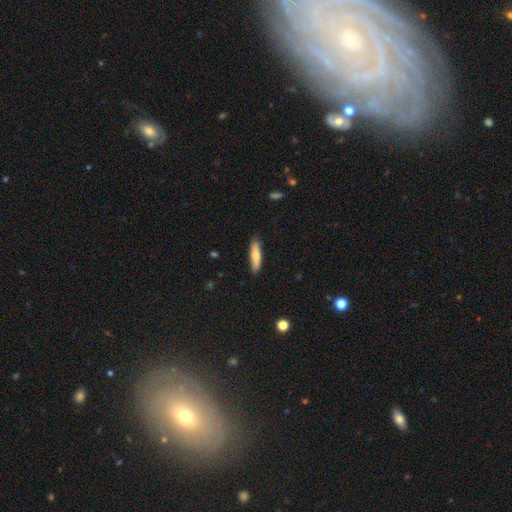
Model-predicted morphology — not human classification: A smooth galaxy with no disk features (67%) that is cigar-shaped (75%).

Vote fractions:
- Smooth or featured? smooth: 67% / featured or disk: 27% / star or artifact: 6%
- How rounded? cigar-shaped: 75% / in between: 24% / round: 2%
- Merging? none: 87% / minor disturbance: 10% / major disturbance: 2% / merger: 1%